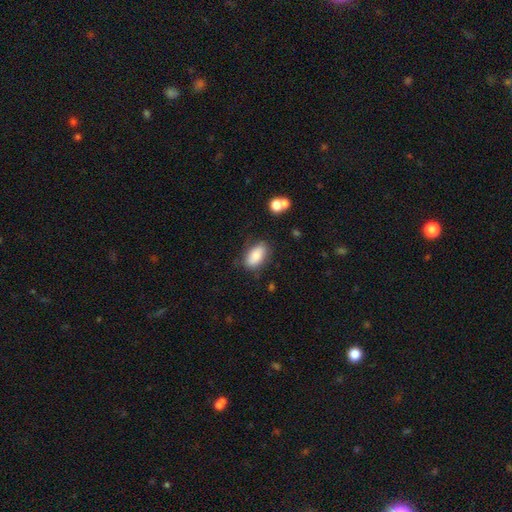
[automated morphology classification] A smooth galaxy with no disk features (81%) that is in between round and cigar-shaped (91%).

Vote fractions:
- Smooth or featured? smooth: 81% / featured or disk: 12% / star or artifact: 7%
- How rounded? in between: 91% / round: 5% / cigar-shaped: 4%
- Merging? none: 77% / minor disturbance: 16% / major disturbance: 4% / merger: 3%